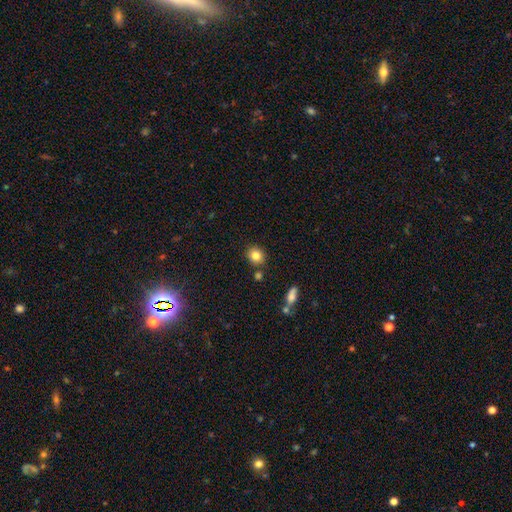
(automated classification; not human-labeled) smooth_or_featured: smooth (p=0.82) [alt: star or artifact p=0.10]
how_rounded: round (p=0.77) [alt: in between p=0.22]
merging: none (p=0.81) [alt: minor disturbance p=0.10]